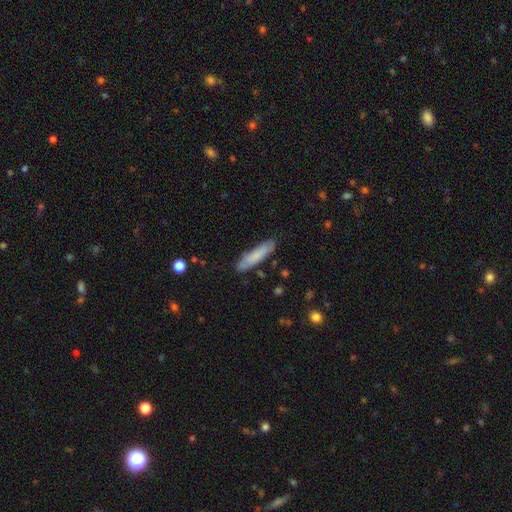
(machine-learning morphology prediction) The model was most divided on "smooth or featured": smooth: 73%, featured or disk: 20%, star or artifact: 6%. More confident: merging — none (82%); how rounded — cigar-shaped (80%).